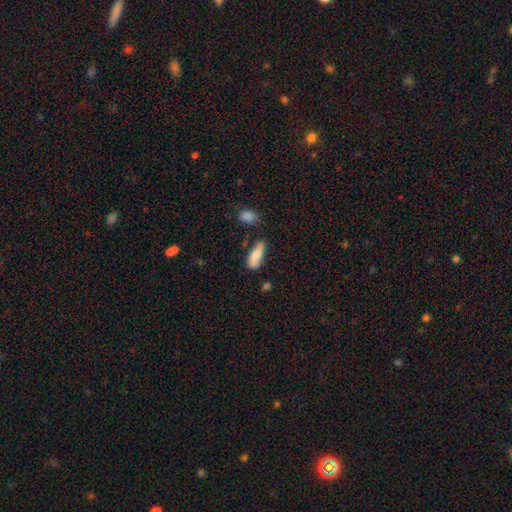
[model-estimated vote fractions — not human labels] Smooth or featured? smooth (73%)
How rounded? in between (71%)
Merging? none (63%)